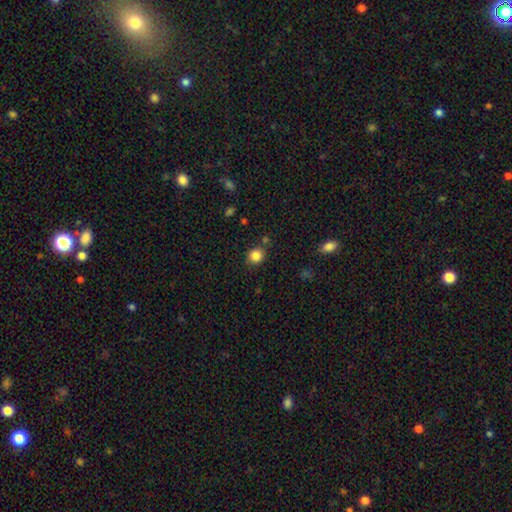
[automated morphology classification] The model was most divided on "how rounded": round: 80%, in between: 19%, cigar-shaped: 1%. More confident: smooth or featured — smooth (85%); merging — none (79%).